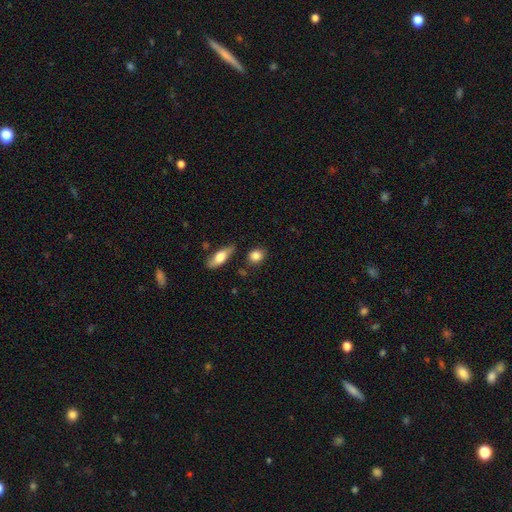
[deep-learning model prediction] Q: Smooth or featured?
A: smooth (85%); runner-up: star or artifact (8%)
Q: How rounded?
A: round (58%); runner-up: in between (38%)
Q: Merging?
A: none (77%); runner-up: minor disturbance (14%)